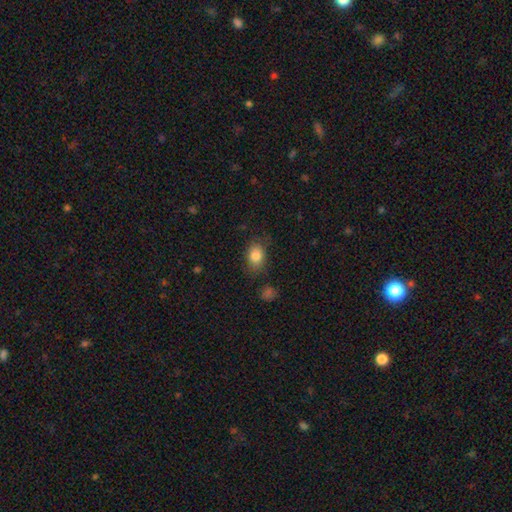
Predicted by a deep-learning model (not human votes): A smooth galaxy with no disk features (83%) that is in between round and cigar-shaped (69%).

Vote fractions:
- Smooth or featured? smooth: 83% / star or artifact: 9% / featured or disk: 8%
- How rounded? in between: 69% / round: 29% / cigar-shaped: 1%
- Merging? none: 76% / minor disturbance: 17% / major disturbance: 5% / merger: 2%